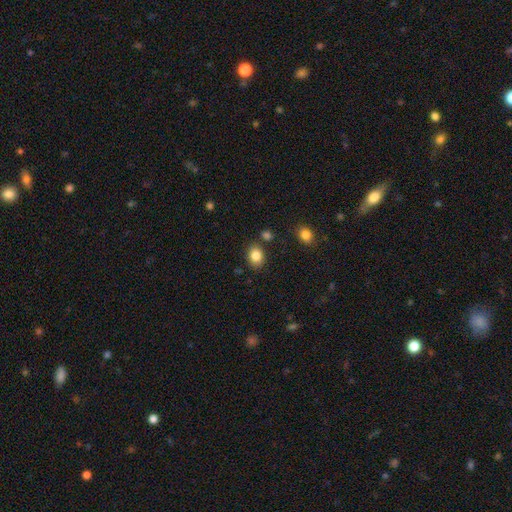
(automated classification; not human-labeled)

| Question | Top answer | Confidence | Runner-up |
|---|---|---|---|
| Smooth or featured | smooth | 85% | star or artifact (9%) |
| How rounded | in between | 59% | round (40%) |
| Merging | none | 82% | minor disturbance (11%) |